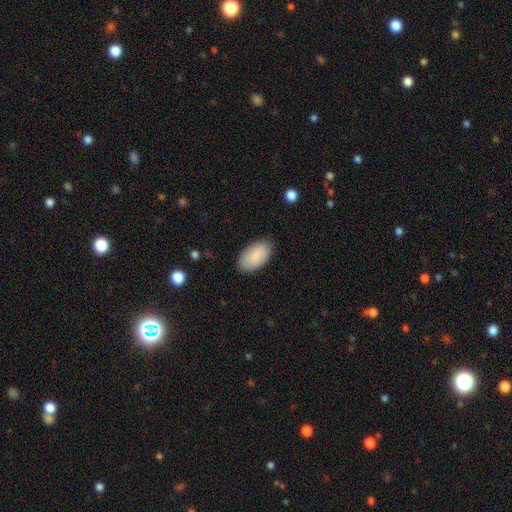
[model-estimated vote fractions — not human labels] smooth_or_featured: smooth (p=0.86) [alt: featured or disk p=0.08]
how_rounded: in between (p=0.95) [alt: round p=0.03]
merging: none (p=0.83) [alt: minor disturbance p=0.13]